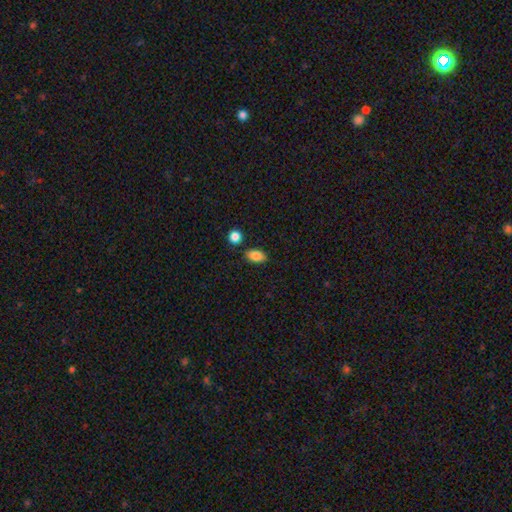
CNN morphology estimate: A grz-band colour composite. It shows a smooth galaxy with no disk features (86%) that is in between round and cigar-shaped (88%). Merging: none (82%).